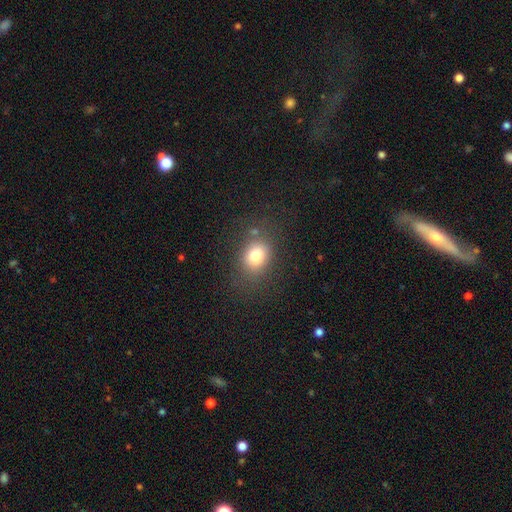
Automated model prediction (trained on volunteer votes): A smooth galaxy with no disk features (79%) that is in between round and cigar-shaped (52%). Merging: none (74%).